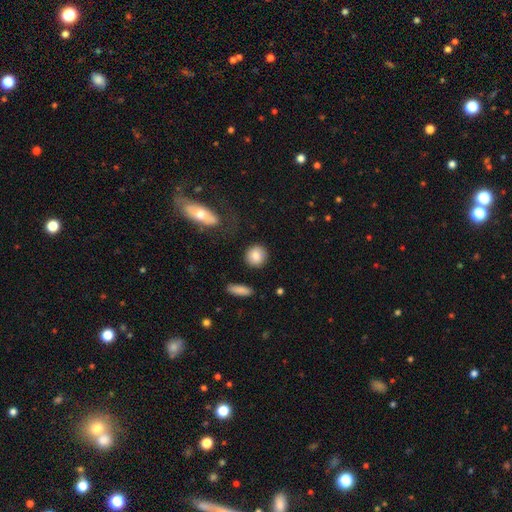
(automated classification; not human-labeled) This is clearly a smooth galaxy (84%). How rounded: clearly round (88%). Merging: clearly none (86%).